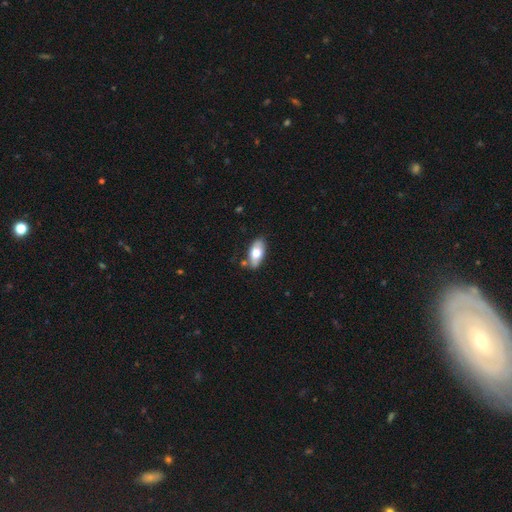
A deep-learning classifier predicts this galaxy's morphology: Overall: smooth (64%; featured or disk 30%). How rounded: in between (89%). Merging: none (78%).